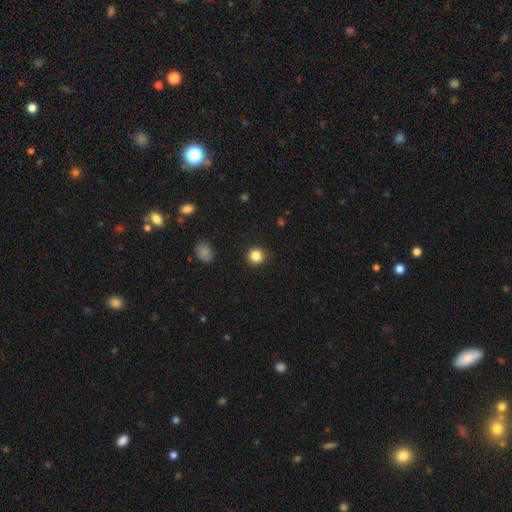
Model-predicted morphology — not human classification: Smooth or featured: smooth — 85% (star or artifact — 11%)
How rounded: round — 92% (in between — 7%)
Merging: none — 92% (minor disturbance — 5%)